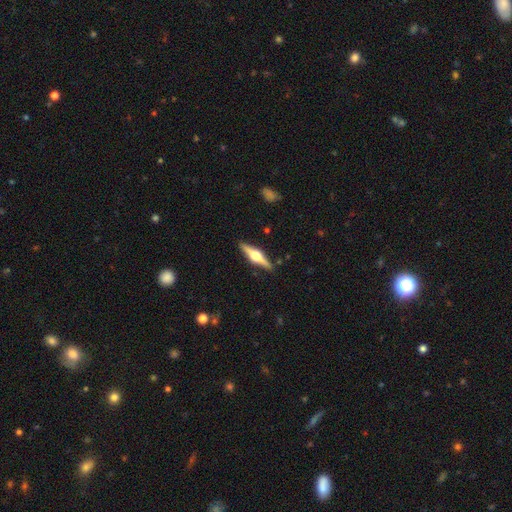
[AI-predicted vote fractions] This is likely a featured or disk galaxy (74%). It is clearly viewed edge-on (97%). Edge-on bulge: clearly rounded (95%). Merging: clearly none (89%).